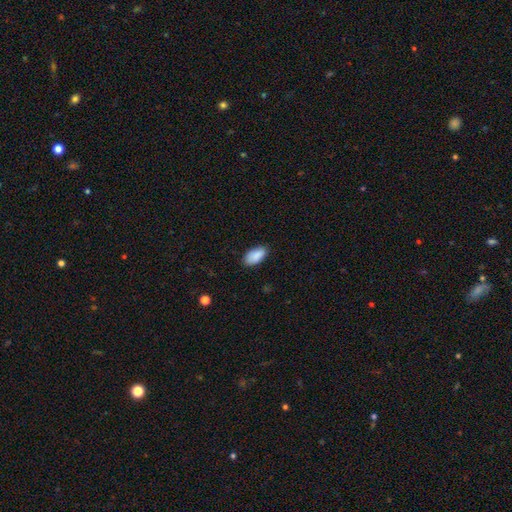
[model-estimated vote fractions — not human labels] This is clearly a smooth galaxy (90%). How rounded: clearly in between (93%). Merging: clearly none (83%).